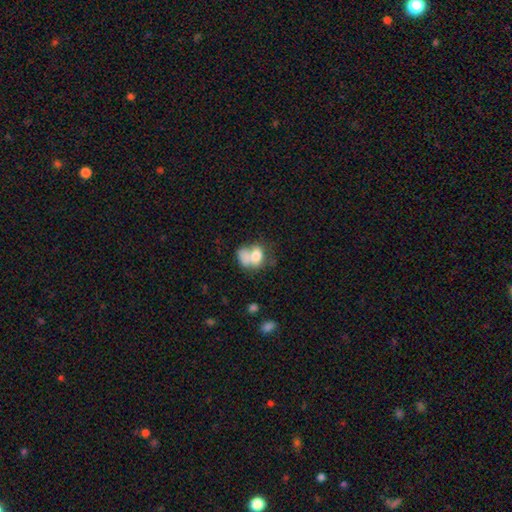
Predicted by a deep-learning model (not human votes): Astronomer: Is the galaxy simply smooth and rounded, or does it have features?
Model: smooth — 71%.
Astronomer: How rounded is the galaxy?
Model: in between — 66%.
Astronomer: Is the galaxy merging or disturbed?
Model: merger — 55%.